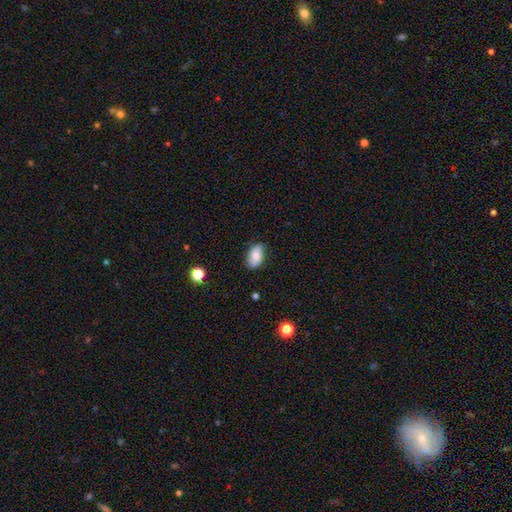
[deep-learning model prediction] Smooth or featured: smooth — 73% (featured or disk — 19%)
How rounded: in between — 91% (round — 7%)
Merging: none — 74% (minor disturbance — 21%)